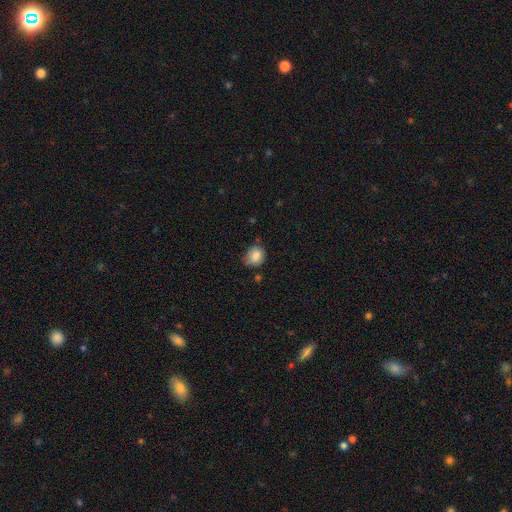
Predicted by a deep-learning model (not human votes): Q: Smooth or featured?
A: smooth (82%); runner-up: star or artifact (9%)
Q: How rounded?
A: round (70%); runner-up: in between (29%)
Q: Merging?
A: none (63%); runner-up: minor disturbance (29%)